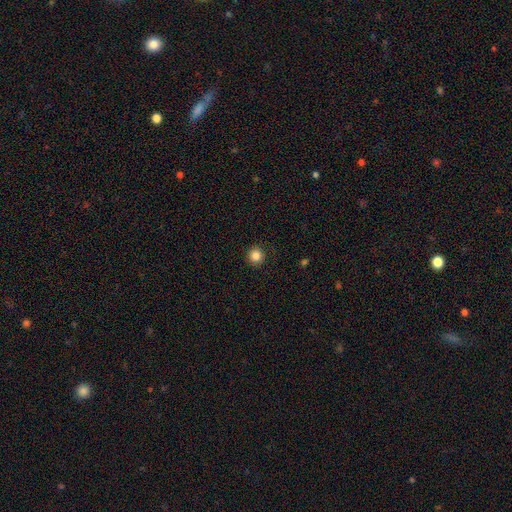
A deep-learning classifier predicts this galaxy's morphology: Smooth or featured? Predicted: smooth (p=0.84). How rounded? Predicted: round (p=0.95). Merging? Predicted: none (p=0.91).